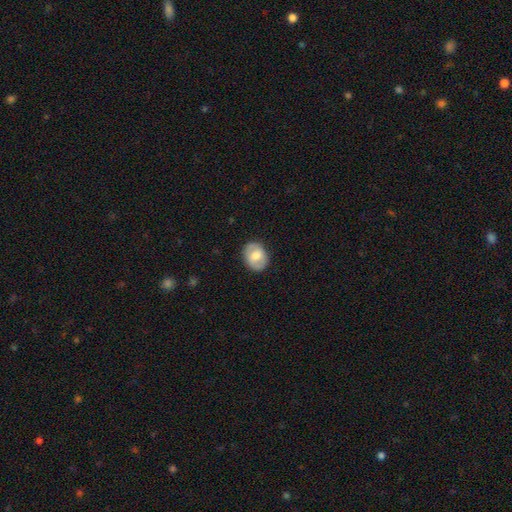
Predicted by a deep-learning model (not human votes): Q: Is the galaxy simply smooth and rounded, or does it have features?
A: smooth — 56%.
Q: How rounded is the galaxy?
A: in between — 63%.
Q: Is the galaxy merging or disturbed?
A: none — 85%.